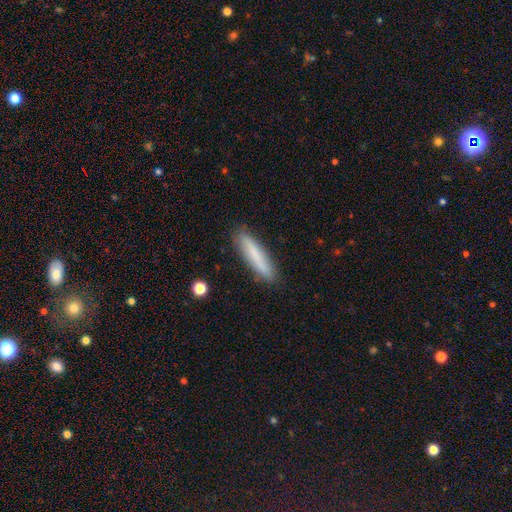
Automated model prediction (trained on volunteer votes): Smooth or featured: smooth — 76% (featured or disk — 17%)
How rounded: cigar-shaped — 86% (in between — 13%)
Merging: none — 87% (minor disturbance — 9%)